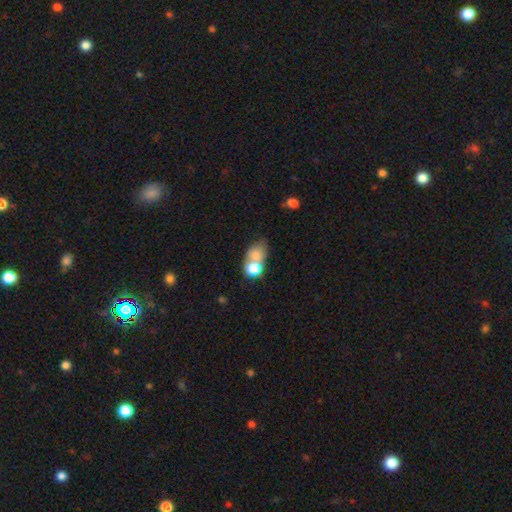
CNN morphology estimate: Smooth or featured?
  - smooth: 72% *
  - featured or disk: 16%
  - star or artifact: 12%
How rounded?
  - in between: 62% *
  - round: 36%
  - cigar-shaped: 2%
Merging?
  - merger: 53% *
  - none: 27%
  - minor disturbance: 12%
  - major disturbance: 9%